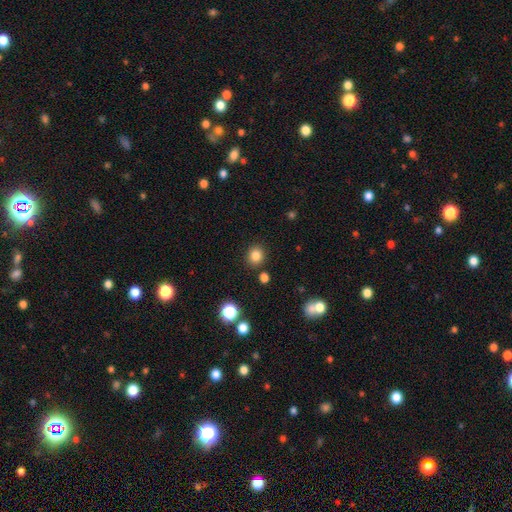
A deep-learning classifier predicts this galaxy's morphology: Smooth or featured: smooth — 83% (star or artifact — 12%)
How rounded: round — 85% (in between — 14%)
Merging: none — 88% (minor disturbance — 7%)